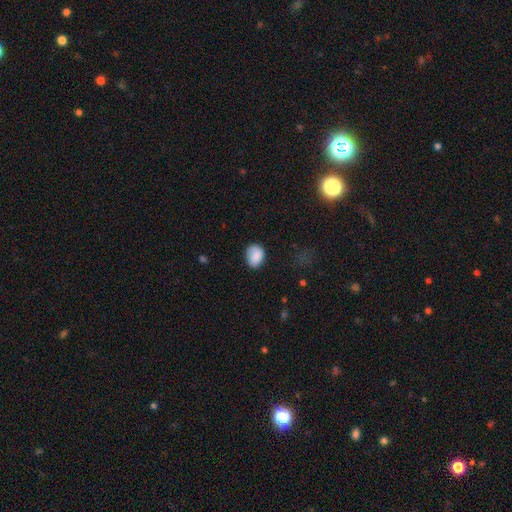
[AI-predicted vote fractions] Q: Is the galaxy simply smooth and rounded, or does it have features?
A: smooth — 88%.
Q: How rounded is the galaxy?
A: in between — 58%.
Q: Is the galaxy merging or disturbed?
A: none — 73%.